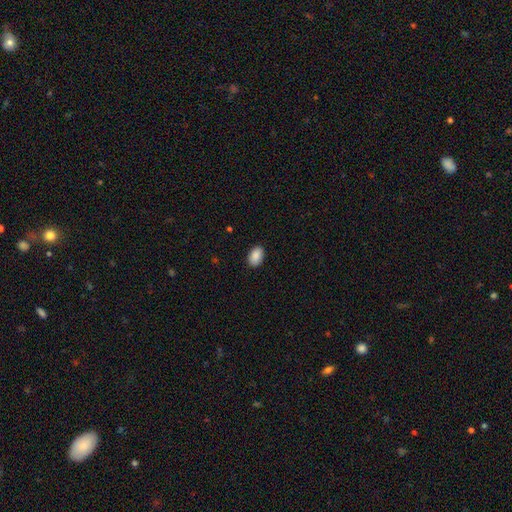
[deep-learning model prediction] Smooth or featured? smooth (90%)
How rounded? in between (90%)
Merging? none (89%)